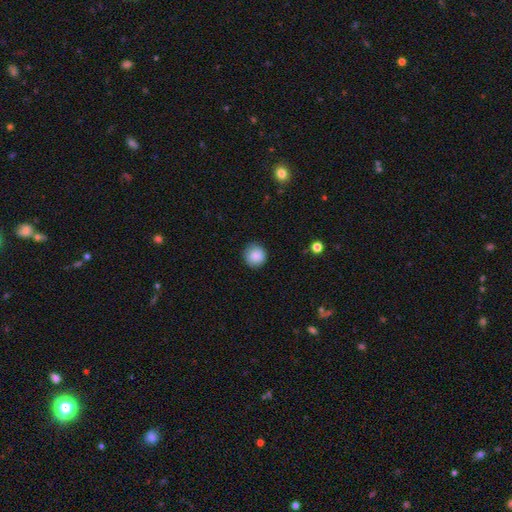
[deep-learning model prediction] Smooth or featured? Predicted: smooth (p=0.86). How rounded? Predicted: round (p=0.93). Merging? Predicted: none (p=0.89).